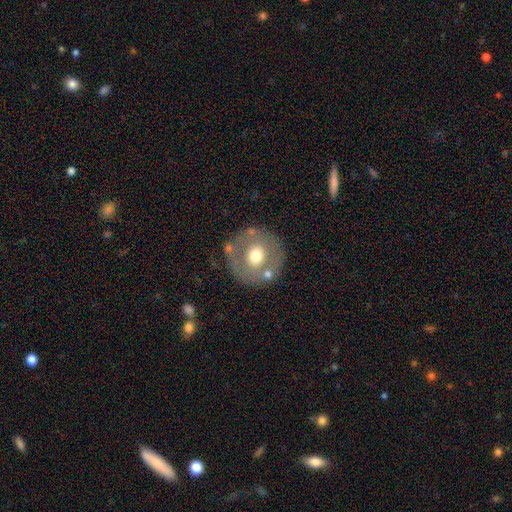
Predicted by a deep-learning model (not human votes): Smooth or featured?
  - smooth: 54% *
  - featured or disk: 38%
  - star or artifact: 8%
How rounded?
  - round: 91% *
  - in between: 8%
  - cigar-shaped: 1%
Merging?
  - none: 77% *
  - minor disturbance: 12%
  - merger: 6%
  - major disturbance: 5%